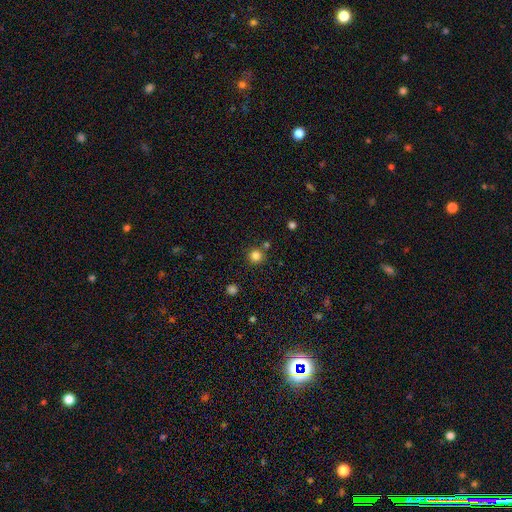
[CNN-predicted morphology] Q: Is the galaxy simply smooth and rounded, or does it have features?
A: smooth — 82%.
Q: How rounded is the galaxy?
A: round — 95%.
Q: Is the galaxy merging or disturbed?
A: none — 82%.